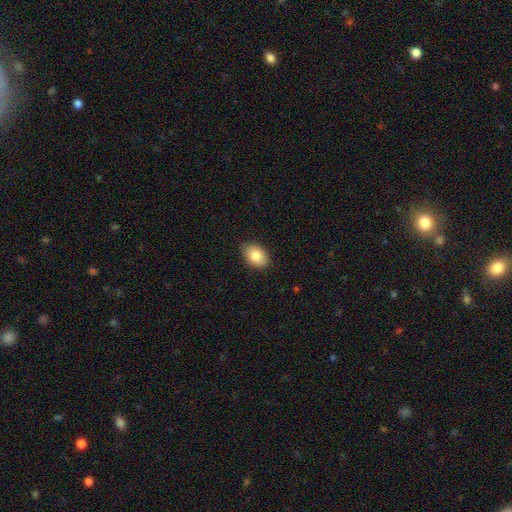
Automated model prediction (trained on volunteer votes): Smooth or featured? Predicted: smooth (p=0.84). How rounded? Predicted: in between (p=0.85). Merging? Predicted: none (p=0.86).